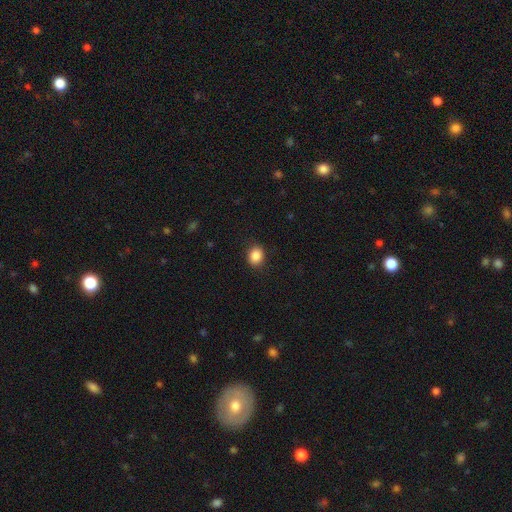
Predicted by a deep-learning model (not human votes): Morphology: type=smooth (87%); roundness=round (59%); merging=none (88%).